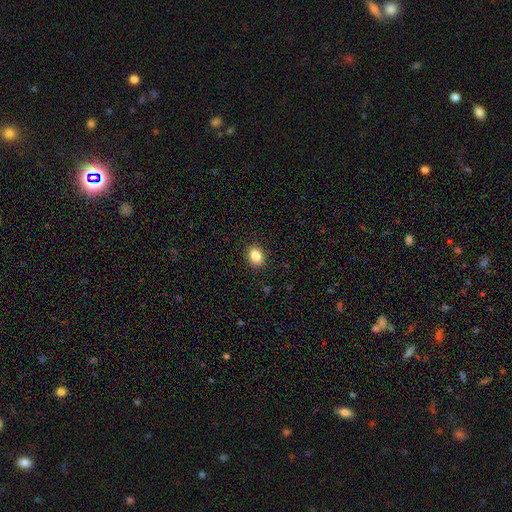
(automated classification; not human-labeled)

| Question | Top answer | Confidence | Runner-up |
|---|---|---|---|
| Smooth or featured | smooth | 86% | star or artifact (9%) |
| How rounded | in between | 59% | round (40%) |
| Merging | none | 90% | minor disturbance (7%) |